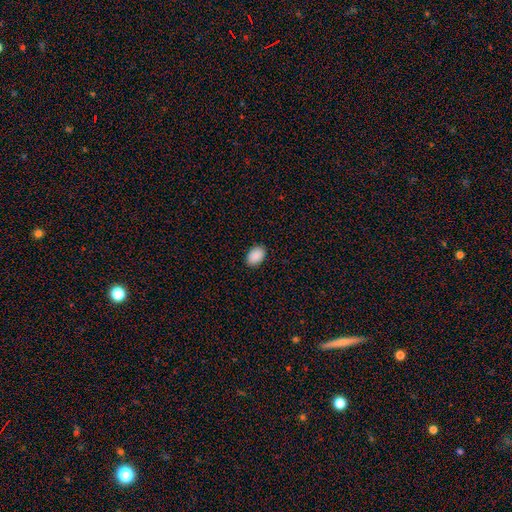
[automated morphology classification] Q: Smooth or featured?
A: smooth (91%); runner-up: star or artifact (7%)
Q: How rounded?
A: in between (87%); runner-up: round (12%)
Q: Merging?
A: none (90%); runner-up: minor disturbance (7%)